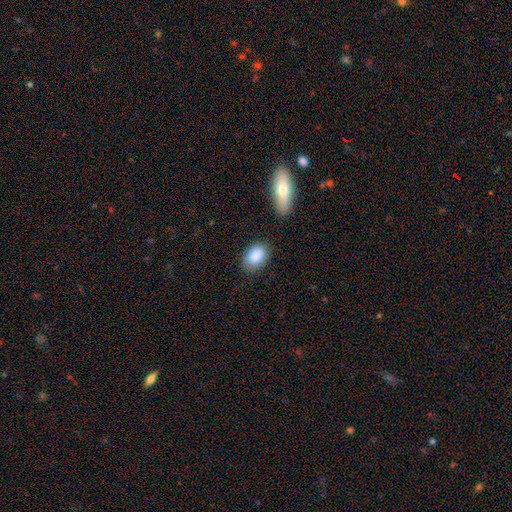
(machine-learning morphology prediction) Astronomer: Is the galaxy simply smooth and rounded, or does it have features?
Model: smooth — 87%.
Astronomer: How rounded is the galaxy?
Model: in between — 86%.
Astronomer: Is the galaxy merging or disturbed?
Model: none — 78%.